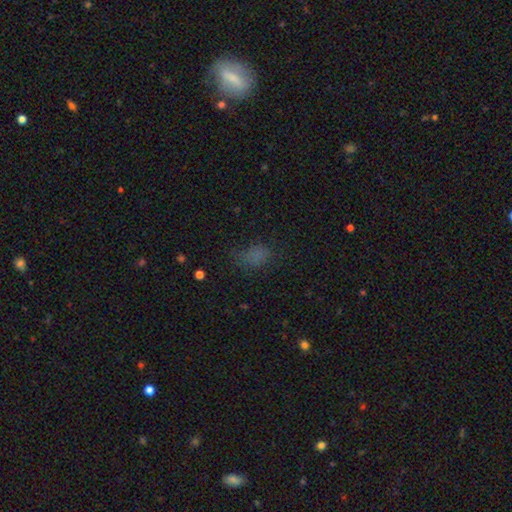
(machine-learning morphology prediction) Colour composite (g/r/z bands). It shows a smooth galaxy with no disk features (69%) that is in between round and cigar-shaped (79%). Merging: none (58%).